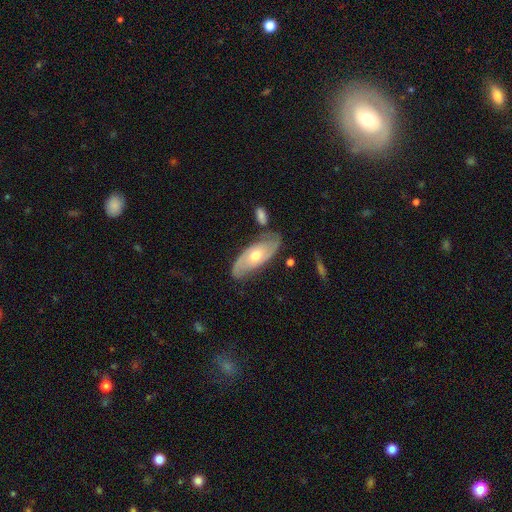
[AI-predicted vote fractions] This is likely a featured or disk galaxy (64%). It is clearly not viewed edge-on (85%). Bar: likely no (75%). Spiral arm pattern: likely yes (77%). Central bulge: likely moderate (69%). Merging: likely none (71%).